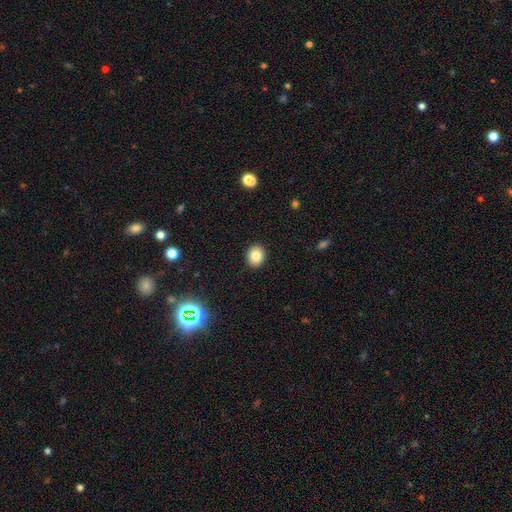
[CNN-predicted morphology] Smooth or featured?
  - smooth: 82% *
  - star or artifact: 10%
  - featured or disk: 7%
How rounded?
  - round: 64% *
  - in between: 35%
  - cigar-shaped: 1%
Merging?
  - none: 91% *
  - minor disturbance: 6%
  - major disturbance: 2%
  - merger: 1%